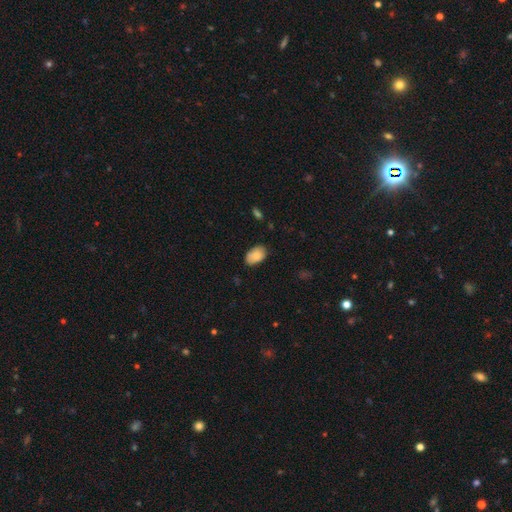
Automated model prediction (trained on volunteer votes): This appears to be a smooth galaxy with no disk features (85%) that is in between round and cigar-shaped (91%). Merging: none (76%).